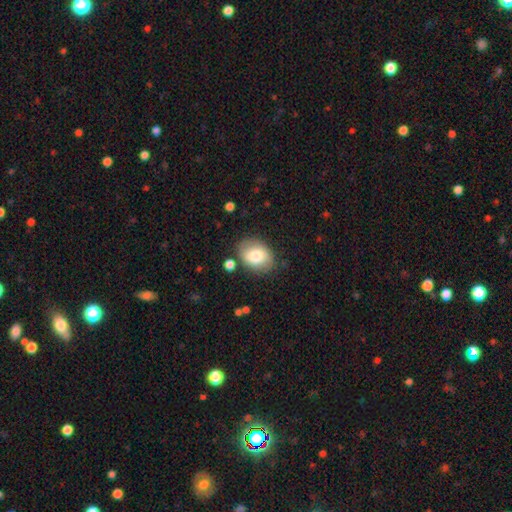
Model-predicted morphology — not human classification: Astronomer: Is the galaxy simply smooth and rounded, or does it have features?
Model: smooth — 74%.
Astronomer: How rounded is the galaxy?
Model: in between — 72%.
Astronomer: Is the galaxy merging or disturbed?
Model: none — 76%.